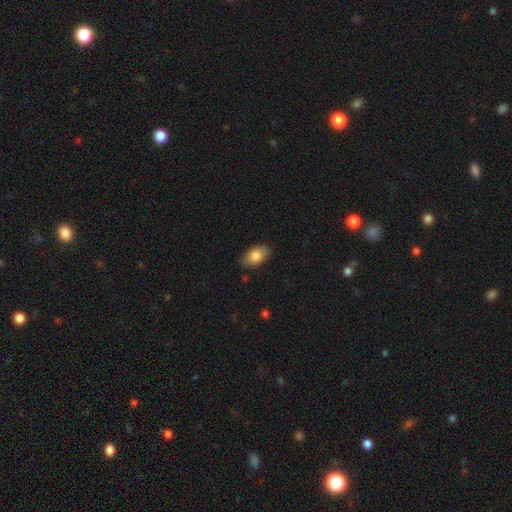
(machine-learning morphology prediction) smooth-or-featured: smooth: 85% | featured or disk: 9% | star or artifact: 7%
  how-rounded: in between: 91% | round: 7% | cigar-shaped: 2%
  merging: none: 83% | minor disturbance: 13% | major disturbance: 3% | merger: 1%